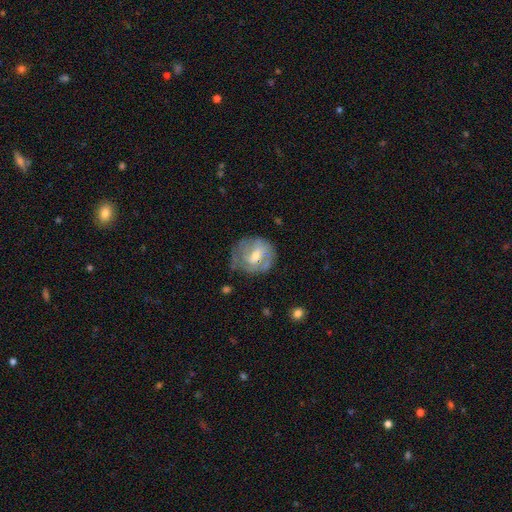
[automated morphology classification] The model was most divided on "bulge size": moderate: 52%, small: 41%, large: 3%, none: 3%, dominant: 1%. More confident: edge-on disk — no (97%); spiral arms — yes (75%); smooth or featured — featured or disk (64%); merging — none (62%); bar — weak (52%).